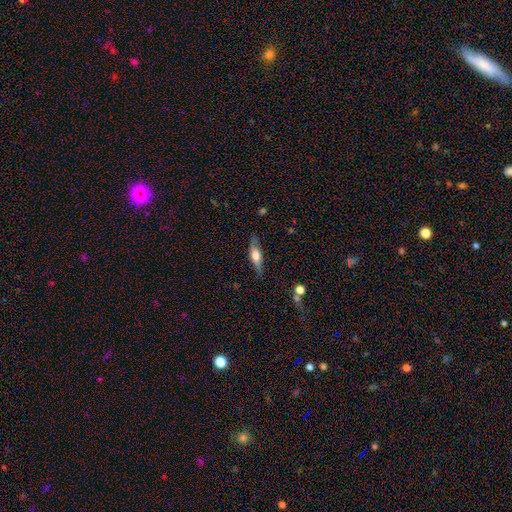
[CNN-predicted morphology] featured or disk 57%, smooth 37%, star or artifact 6%. Down the decision tree: edge-on disk — yes (90%); edge-on bulge — rounded (87%); merging — none (80%).